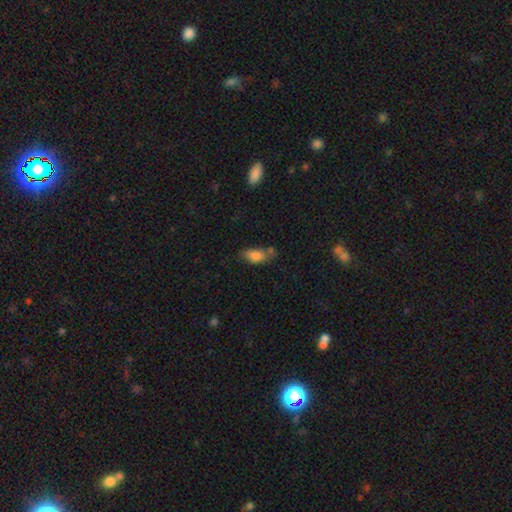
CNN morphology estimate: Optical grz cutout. It shows a smooth galaxy with no disk features (80%) that is in between round and cigar-shaped (87%). Merging: none (43%).